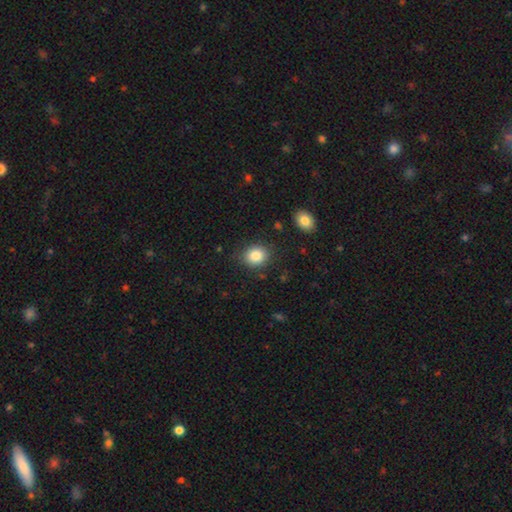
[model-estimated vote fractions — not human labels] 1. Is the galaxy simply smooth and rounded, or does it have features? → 84% smooth, 10% star or artifact, 6% featured or disk.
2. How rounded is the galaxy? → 66% round, 33% in between, 1% cigar-shaped.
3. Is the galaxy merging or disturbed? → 83% none, 11% minor disturbance, 3% major disturbance, 2% merger.